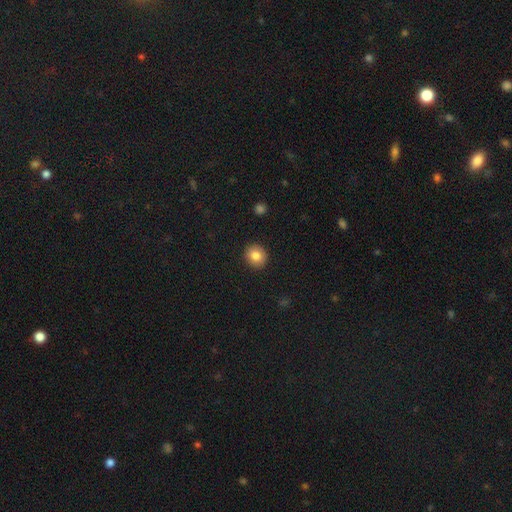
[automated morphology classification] Smooth or featured: smooth — 83% (star or artifact — 9%)
How rounded: round — 84% (in between — 15%)
Merging: none — 92% (minor disturbance — 6%)